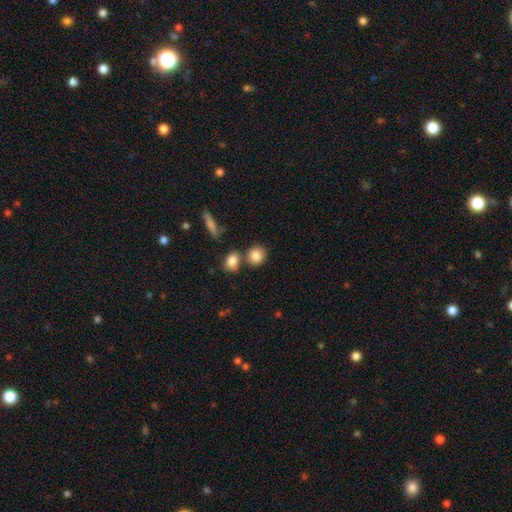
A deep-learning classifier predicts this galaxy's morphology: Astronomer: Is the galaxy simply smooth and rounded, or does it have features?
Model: smooth — 85%.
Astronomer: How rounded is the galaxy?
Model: round — 78%.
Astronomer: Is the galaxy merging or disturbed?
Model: none — 66%.